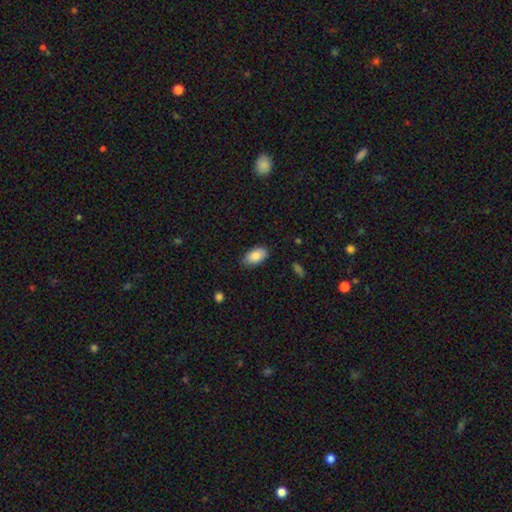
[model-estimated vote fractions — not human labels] This appears to be a smooth galaxy with no disk features (87%) that is in between round and cigar-shaped (94%). Merging: none (82%).